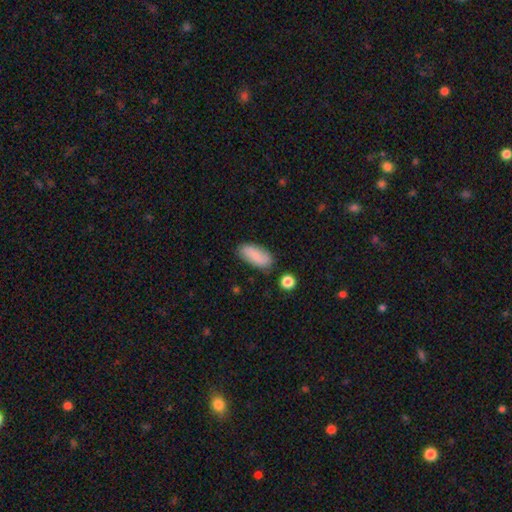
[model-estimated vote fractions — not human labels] Smooth or featured?
  - smooth: 83% *
  - featured or disk: 10%
  - star or artifact: 7%
How rounded?
  - in between: 86% *
  - cigar-shaped: 12%
  - round: 3%
Merging?
  - none: 78% *
  - minor disturbance: 16%
  - major disturbance: 3%
  - merger: 3%